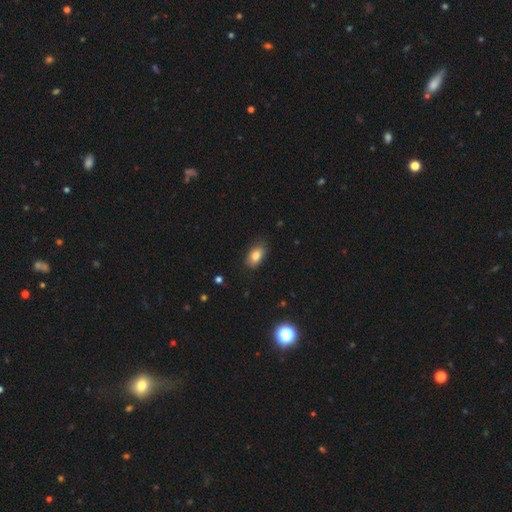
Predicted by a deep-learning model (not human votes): A smooth galaxy with no disk features (82%) that is in between round and cigar-shaped (91%). Merging: none (82%).